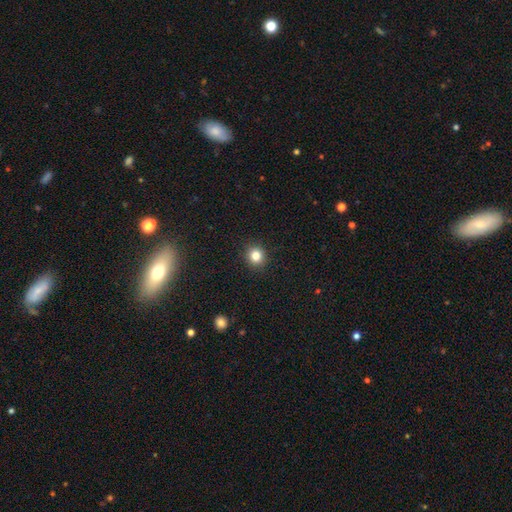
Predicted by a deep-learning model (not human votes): Overall: smooth (82%). How rounded: round (88%). Merging: none (92%).